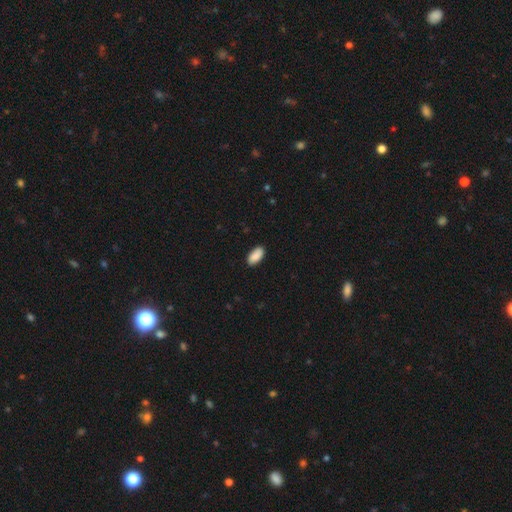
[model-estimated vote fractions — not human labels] Smooth or featured?
  - smooth: 90% *
  - star or artifact: 6%
  - featured or disk: 3%
How rounded?
  - in between: 93% *
  - cigar-shaped: 5%
  - round: 2%
Merging?
  - none: 89% *
  - minor disturbance: 9%
  - major disturbance: 2%
  - merger: 1%